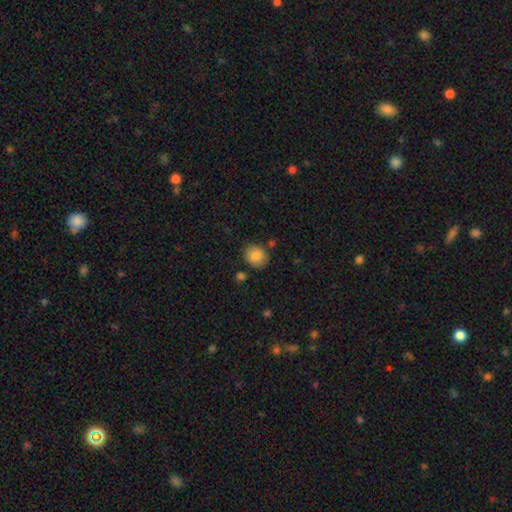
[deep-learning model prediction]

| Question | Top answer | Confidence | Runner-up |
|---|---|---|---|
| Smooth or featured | smooth | 83% | star or artifact (8%) |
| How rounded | round | 75% | in between (24%) |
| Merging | none | 82% | minor disturbance (11%) |